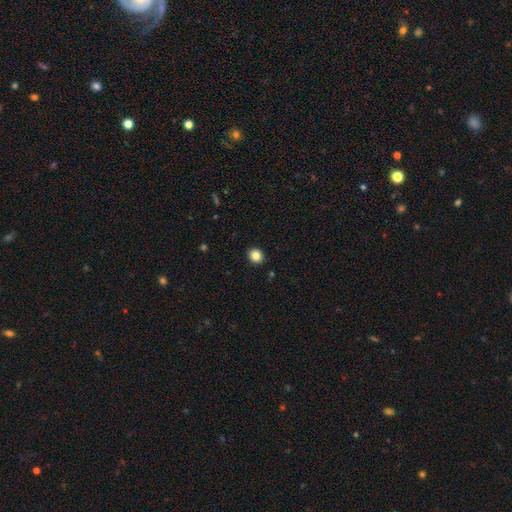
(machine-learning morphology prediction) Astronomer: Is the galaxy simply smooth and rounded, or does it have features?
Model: smooth — 84%.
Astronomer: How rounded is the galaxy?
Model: round — 78%.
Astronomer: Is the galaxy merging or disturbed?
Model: none — 91%.